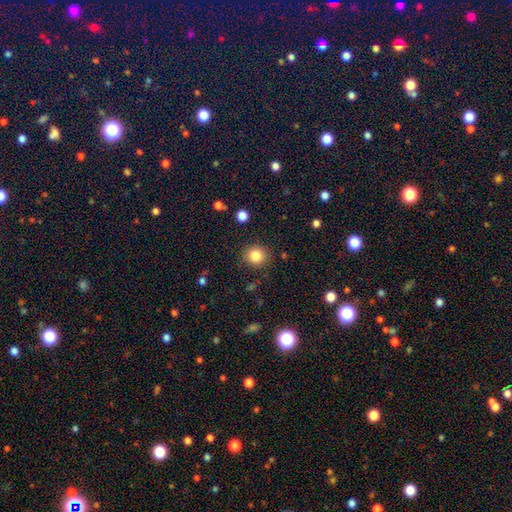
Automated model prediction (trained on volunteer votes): This is clearly a smooth galaxy (83%). How rounded: clearly round (88%). Merging: clearly none (89%).